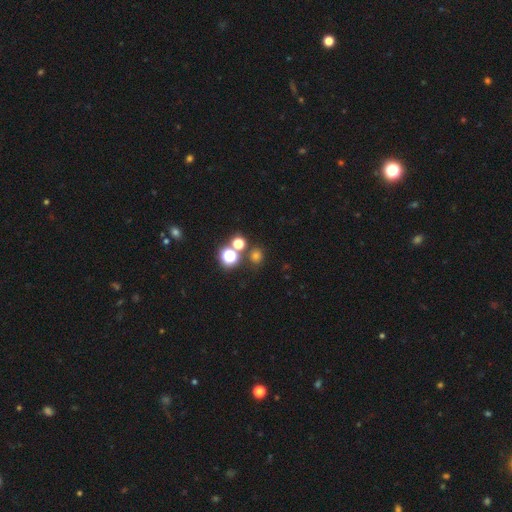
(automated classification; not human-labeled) Overall: smooth (67%). How rounded: round (82%). Merging: none (74%).